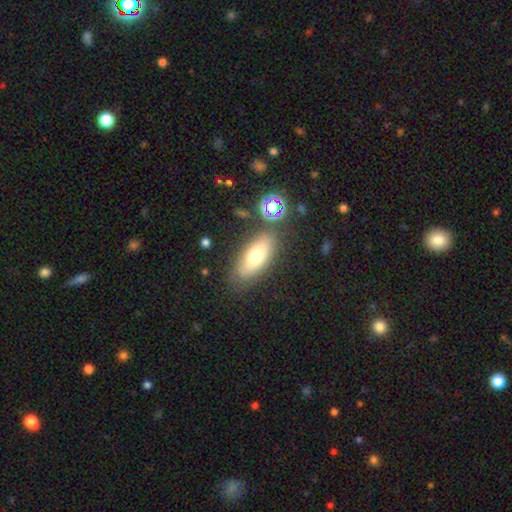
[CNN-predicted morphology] type=smooth (69%); roundness=in between (77%); merging=none (78%).